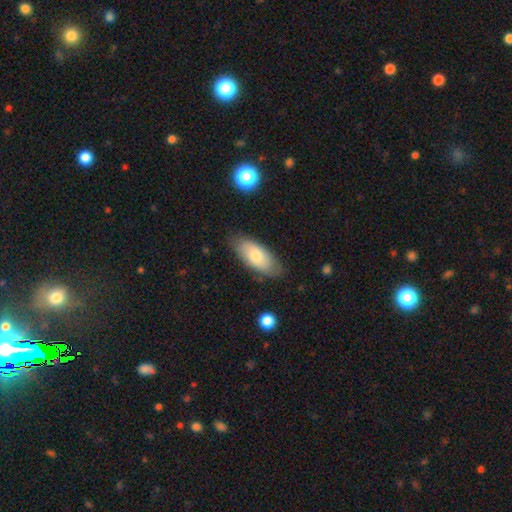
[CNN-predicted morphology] smooth 69%, featured or disk 24%, star or artifact 6%. Down the decision tree: how rounded — in between (87%); merging — none (80%).